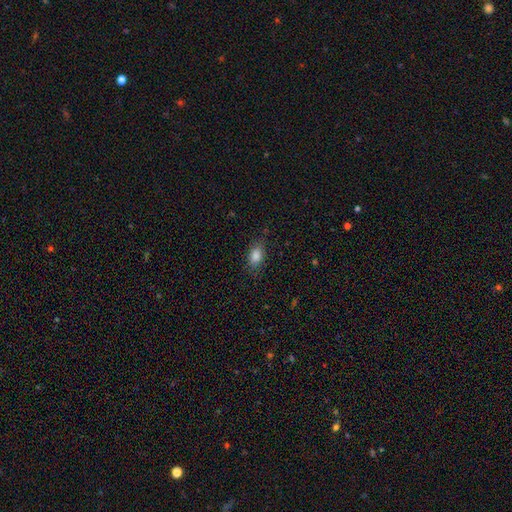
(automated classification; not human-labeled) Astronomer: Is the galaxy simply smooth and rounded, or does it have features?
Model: smooth — 85%.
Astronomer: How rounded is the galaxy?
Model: in between — 86%.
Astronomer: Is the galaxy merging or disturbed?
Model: none — 81%.